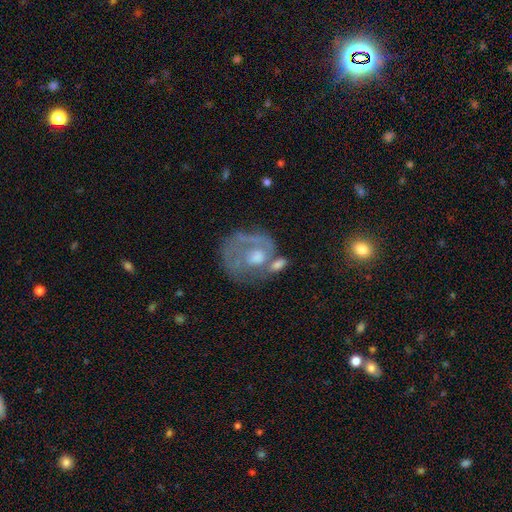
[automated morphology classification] Smooth or featured?
  - featured or disk: 60% *
  - smooth: 30%
  - star or artifact: 9%
Edge-on disk?
  - no: 96% *
  - yes: 4%
Bar?
  - no: 83% *
  - weak: 14%
  - strong: 3%
Spiral arms?
  - no: 65% *
  - yes: 35%
Bulge size?
  - moderate: 57% *
  - large: 17%
  - small: 15%
  - none: 9%
  - dominant: 2%
Merging?
  - none: 42% *
  - major disturbance: 25%
  - minor disturbance: 18%
  - merger: 14%